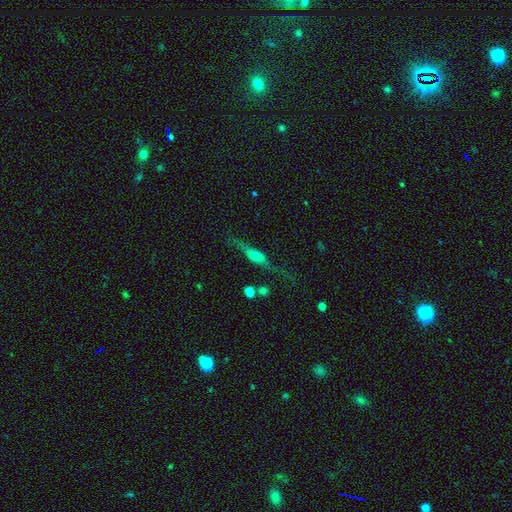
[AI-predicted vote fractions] Smooth or featured? Predicted: featured or disk (p=0.60). Edge-on disk? Predicted: yes (p=0.87). Edge-on bulge? Predicted: rounded (p=0.64). Merging? Predicted: none (p=0.58).